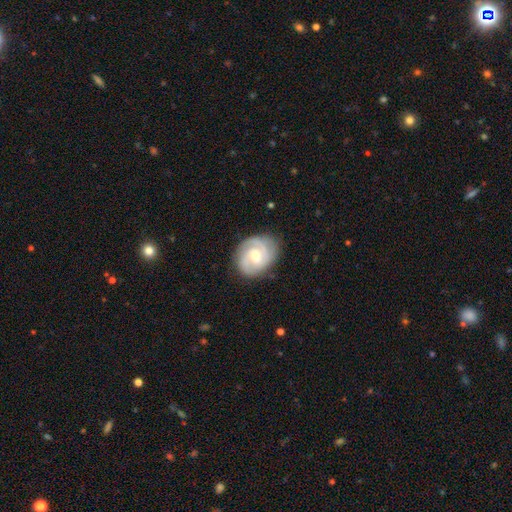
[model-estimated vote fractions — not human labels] This appears to be a featured or disk galaxy (79%) with a weak bar (53%), 2 (46%) tight (50%) spiral arms (95%) and a moderate central bulge (50%). Merging: none (77%).